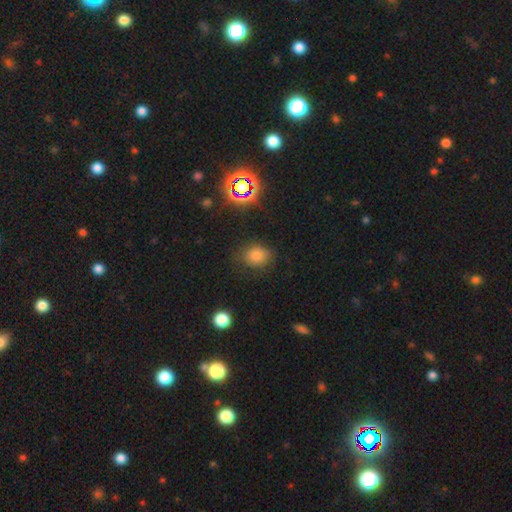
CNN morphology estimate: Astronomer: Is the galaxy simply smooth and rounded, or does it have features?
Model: smooth — 74%.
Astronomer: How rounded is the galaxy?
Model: round — 61% (runner-up: in between, 38%).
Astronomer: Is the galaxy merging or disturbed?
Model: none — 76%.